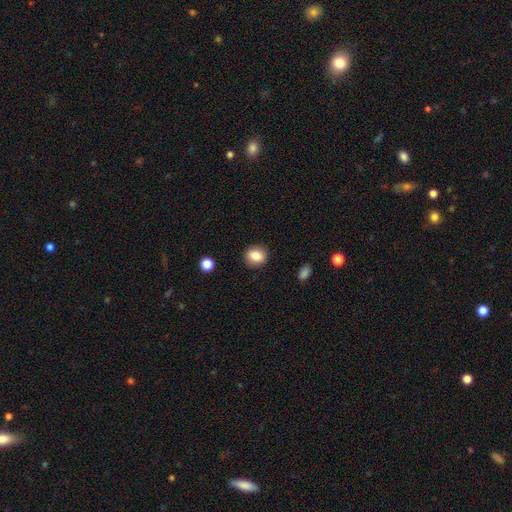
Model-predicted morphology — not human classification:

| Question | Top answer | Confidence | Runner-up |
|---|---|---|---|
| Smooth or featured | smooth | 84% | star or artifact (9%) |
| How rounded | round | 71% | in between (28%) |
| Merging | none | 89% | minor disturbance (8%) |